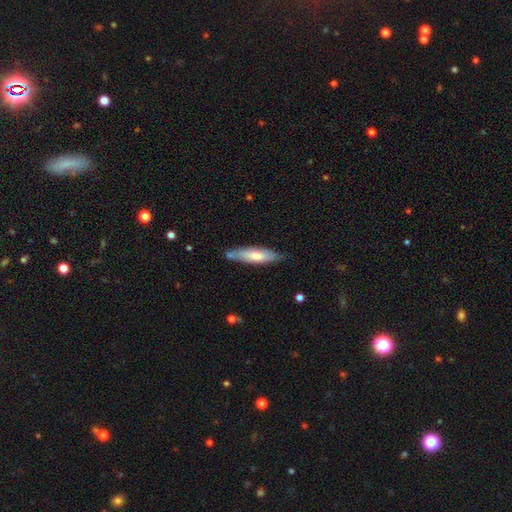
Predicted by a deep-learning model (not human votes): A smooth galaxy with no disk features (67%) that is cigar-shaped (68%).

Vote fractions:
- Smooth or featured? smooth: 67% / featured or disk: 28% / star or artifact: 5%
- How rounded? cigar-shaped: 68% / in between: 30% / round: 1%
- Merging? none: 71% / minor disturbance: 20% / merger: 6% / major disturbance: 4%